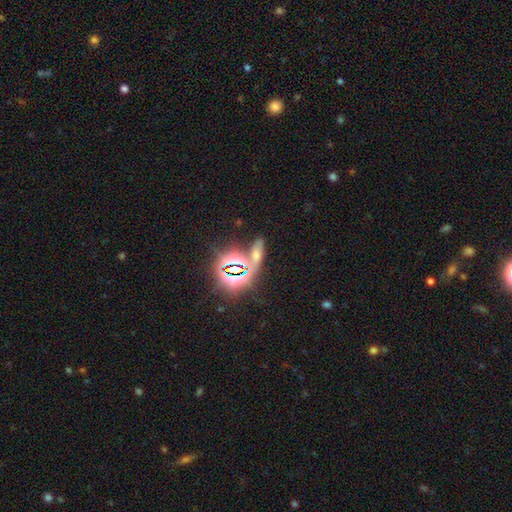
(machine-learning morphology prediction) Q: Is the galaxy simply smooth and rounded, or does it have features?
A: star or artifact — 47%.